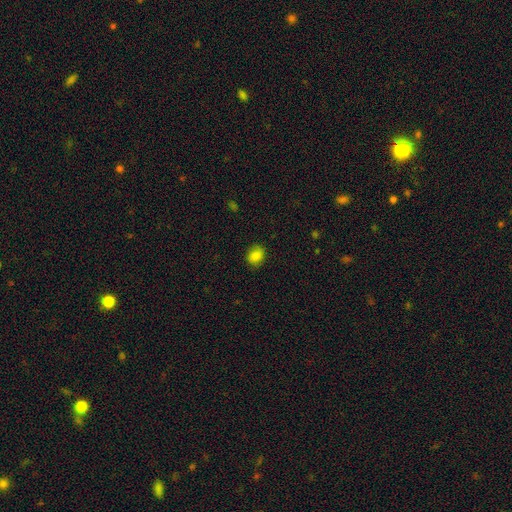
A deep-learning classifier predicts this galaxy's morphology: Smooth or featured? smooth (83%)
How rounded? round (59%)
Merging? none (86%)